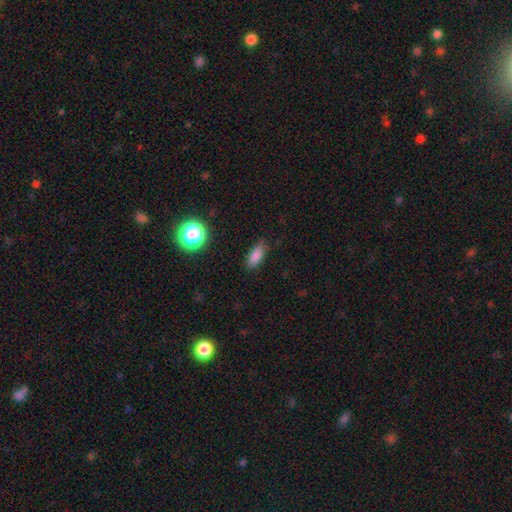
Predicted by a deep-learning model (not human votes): Q: Smooth or featured?
A: smooth (83%); runner-up: star or artifact (11%)
Q: How rounded?
A: in between (80%); runner-up: cigar-shaped (15%)
Q: Merging?
A: none (80%); runner-up: minor disturbance (15%)